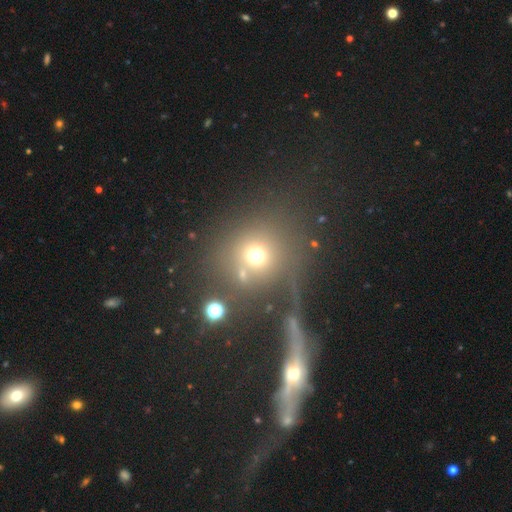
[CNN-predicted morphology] Smooth or featured: smooth — 65% (star or artifact — 20%)
How rounded: round — 85% (in between — 14%)
Merging: none — 58% (merger — 15%)